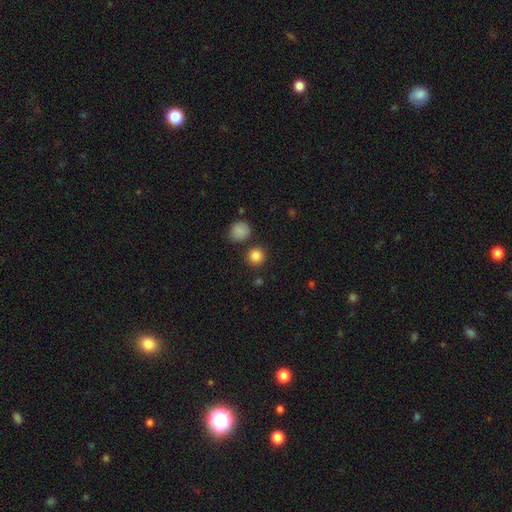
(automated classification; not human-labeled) Q: Smooth or featured?
A: smooth (85%); runner-up: star or artifact (11%)
Q: How rounded?
A: round (92%); runner-up: in between (7%)
Q: Merging?
A: none (83%); runner-up: merger (7%)